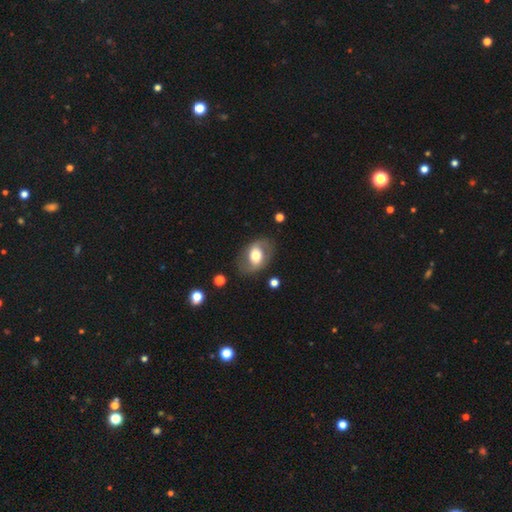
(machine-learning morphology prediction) The model was most divided on "smooth or featured": featured or disk: 48%, smooth: 45%, star or artifact: 7%. More confident: merging — none (73%).